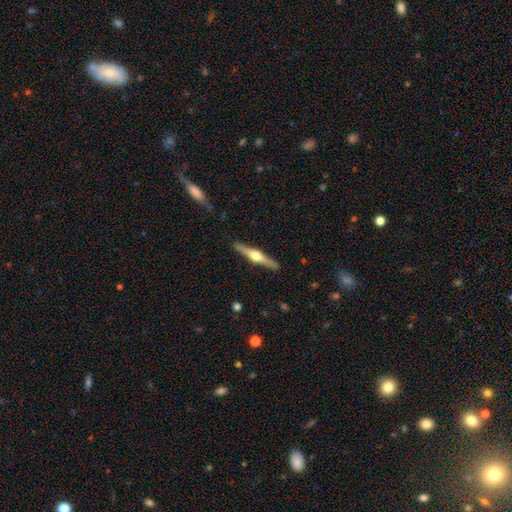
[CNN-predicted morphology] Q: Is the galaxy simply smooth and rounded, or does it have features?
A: featured or disk — 77%.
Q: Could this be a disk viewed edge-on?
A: yes — 98%.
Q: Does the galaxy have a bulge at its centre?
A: rounded — 95%.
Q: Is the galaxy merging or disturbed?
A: none — 91%.